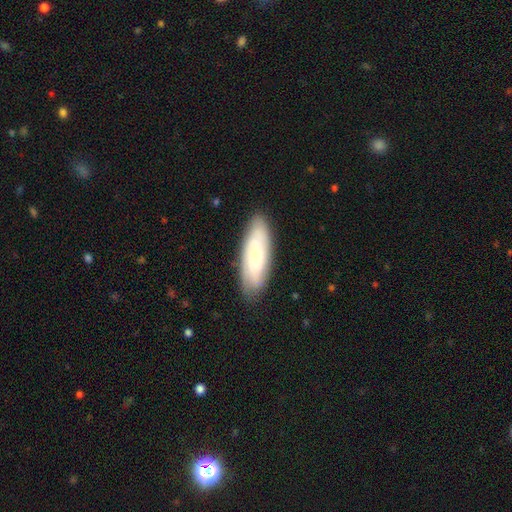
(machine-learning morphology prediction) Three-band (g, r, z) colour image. It shows a smooth galaxy with no disk features (47%). Merging: none (84%).